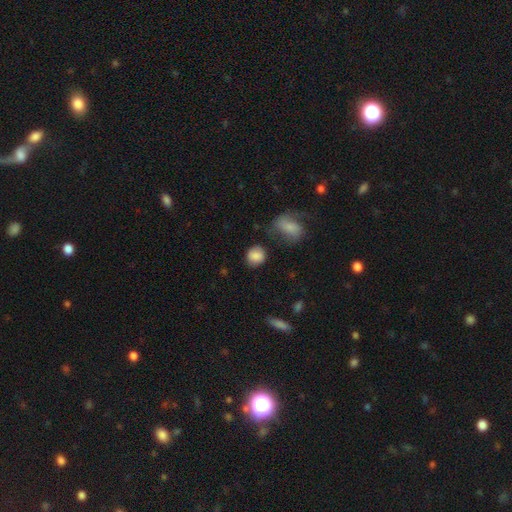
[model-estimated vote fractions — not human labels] Overall: smooth (84%). How rounded: round (75%). Merging: none (71%).